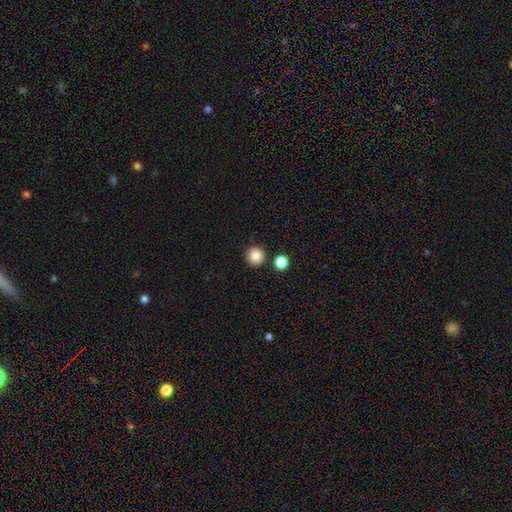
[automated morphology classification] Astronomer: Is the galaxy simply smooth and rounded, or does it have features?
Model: smooth — 85%.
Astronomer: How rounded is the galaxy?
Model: round — 96%.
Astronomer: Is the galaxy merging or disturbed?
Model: none — 90%.